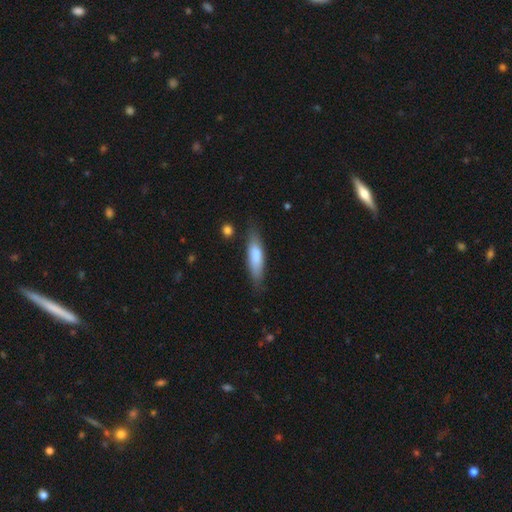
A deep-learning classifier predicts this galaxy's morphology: Overall: smooth (76%). How rounded: cigar-shaped (64%; in between 35%). Merging: none (77%).